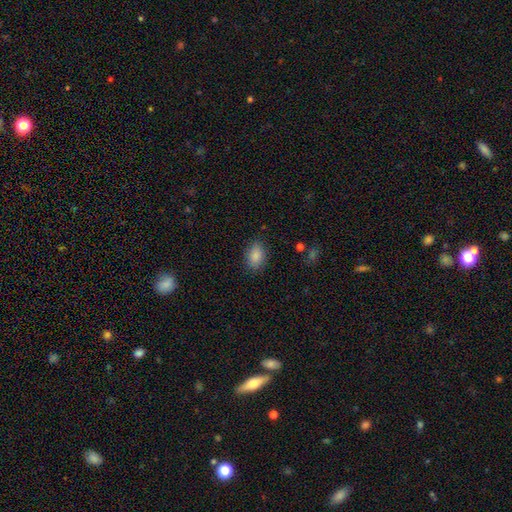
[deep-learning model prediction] The model was most divided on "merging": none: 82%, minor disturbance: 14%, major disturbance: 3%, merger: 1%. More confident: smooth or featured — smooth (87%); how rounded — in between (84%).